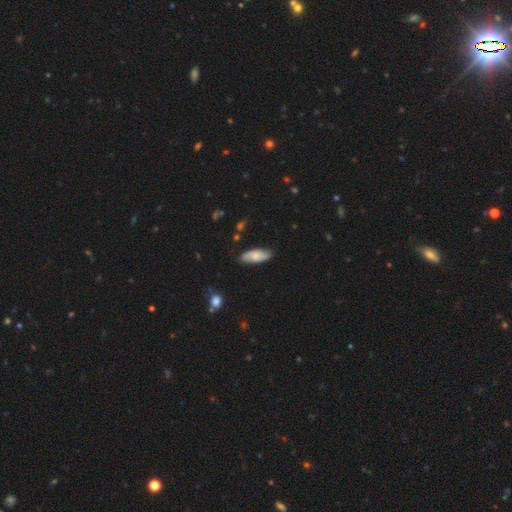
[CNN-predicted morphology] A smooth galaxy with no disk features (74%) that is in between round and cigar-shaped (79%). Merging: none (81%).